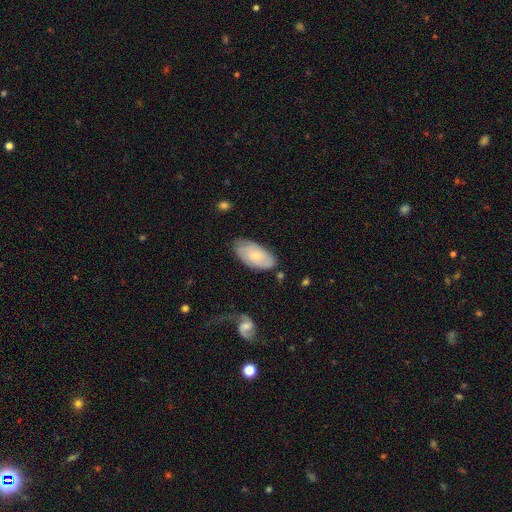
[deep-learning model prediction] Overall: smooth (52%; featured or disk 41%). How rounded: in between (93%). Merging: none (69%).